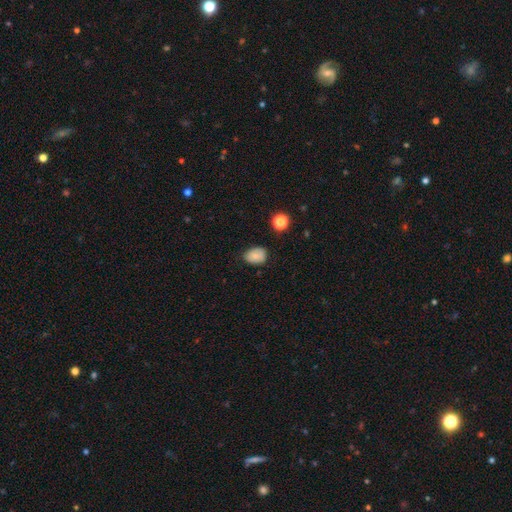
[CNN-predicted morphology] smooth-or-featured: smooth: 79% | featured or disk: 11% | star or artifact: 10%
  how-rounded: in between: 71% | round: 28% | cigar-shaped: 1%
  merging: none: 73% | minor disturbance: 21% | major disturbance: 4% | merger: 2%